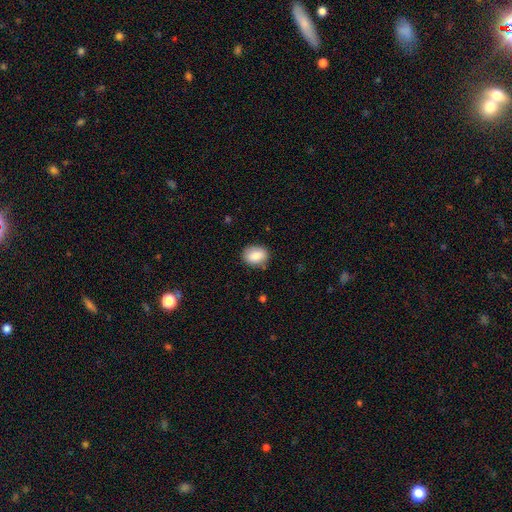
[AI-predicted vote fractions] This is clearly a smooth galaxy (85%). How rounded: possibly in between (55%). Merging: clearly none (82%).